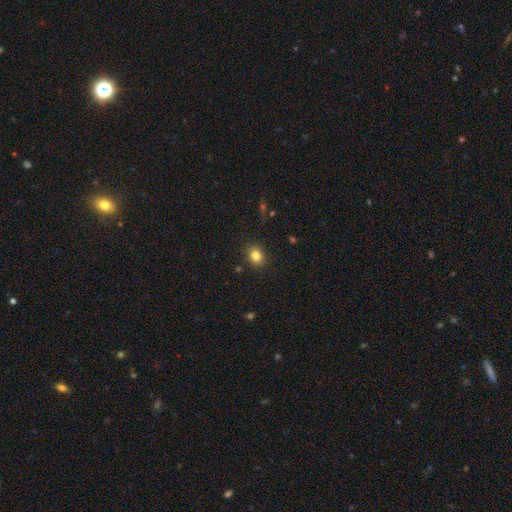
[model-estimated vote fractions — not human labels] The model was most divided on "how rounded": round: 51%, in between: 48%, cigar-shaped: 1%. More confident: merging — none (88%); smooth or featured — smooth (83%).